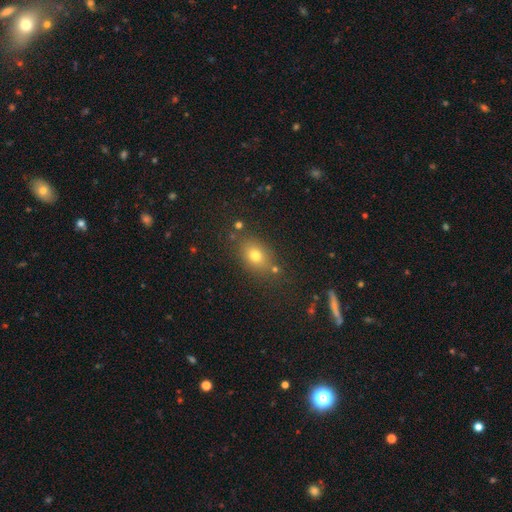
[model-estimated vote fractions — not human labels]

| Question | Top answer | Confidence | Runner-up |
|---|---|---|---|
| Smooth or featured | smooth | 70% | star or artifact (17%) |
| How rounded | in between | 62% | round (36%) |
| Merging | none | 78% | minor disturbance (12%) |